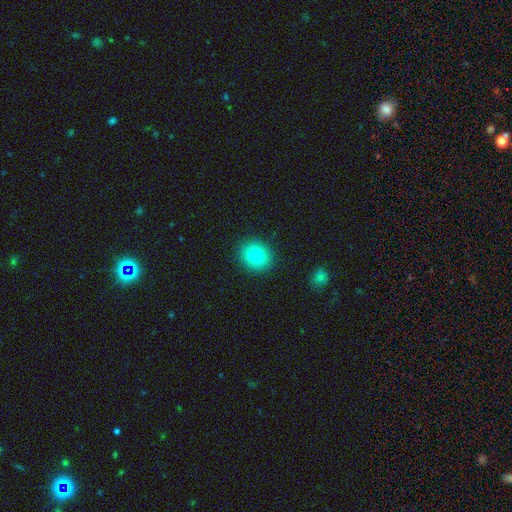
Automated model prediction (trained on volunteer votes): Smooth or featured: smooth — 78% (star or artifact — 12%)
How rounded: round — 78% (in between — 22%)
Merging: none — 90% (minor disturbance — 6%)